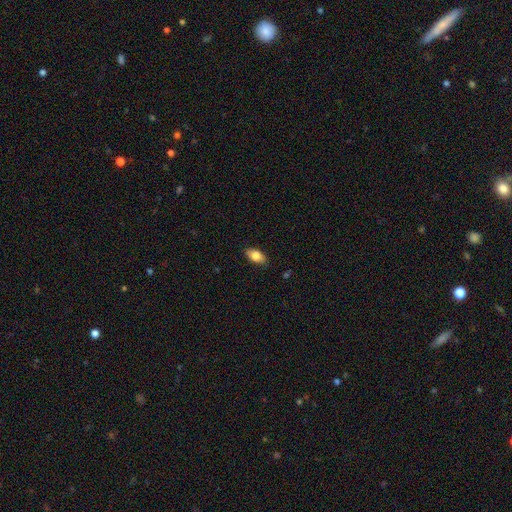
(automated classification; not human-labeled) Overall: smooth (81%). How rounded: in between (91%). Merging: none (86%).